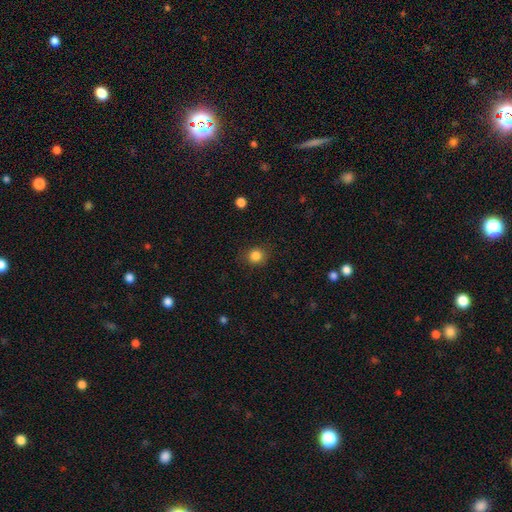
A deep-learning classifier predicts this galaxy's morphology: Smooth or featured? Predicted: smooth (p=0.84). How rounded? Predicted: round (p=0.87). Merging? Predicted: none (p=0.87).